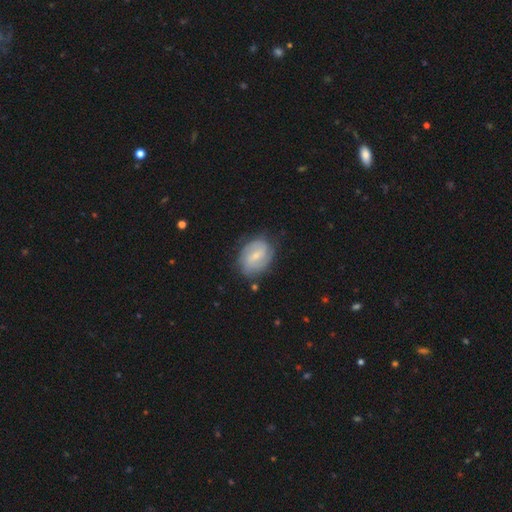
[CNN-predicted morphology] This is likely a featured or disk galaxy (69%). It is clearly not viewed edge-on (97%). Bar: possibly weak (56%). Spiral arm pattern: clearly yes (89%). Spiral arm count: possibly 2 (60%). Spiral winding: marginally tight (42%). Central bulge: likely small (67%). Merging: likely none (73%).